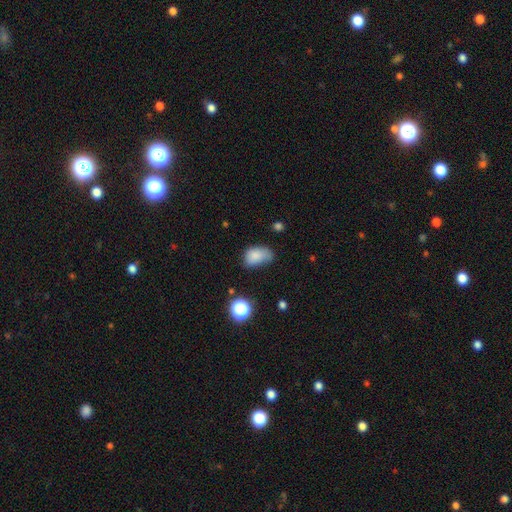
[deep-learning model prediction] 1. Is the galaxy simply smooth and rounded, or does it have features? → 81% smooth, 11% star or artifact, 8% featured or disk.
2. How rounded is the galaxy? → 86% in between, 13% round, 1% cigar-shaped.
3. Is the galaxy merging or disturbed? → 41% minor disturbance, 38% none, 17% major disturbance, 4% merger.